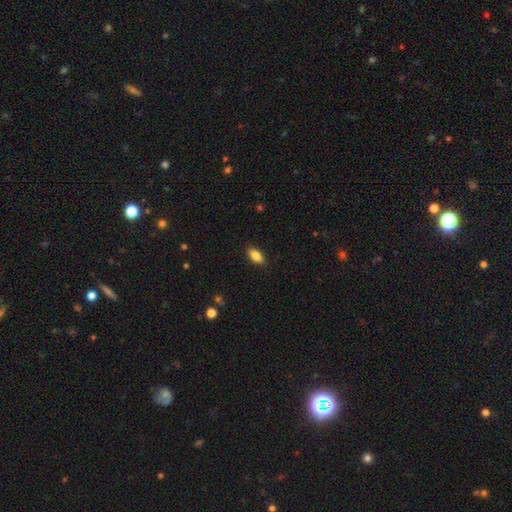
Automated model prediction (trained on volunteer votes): This appears to be a smooth galaxy with no disk features (85%) that is in between round and cigar-shaped (90%). Merging: none (89%).